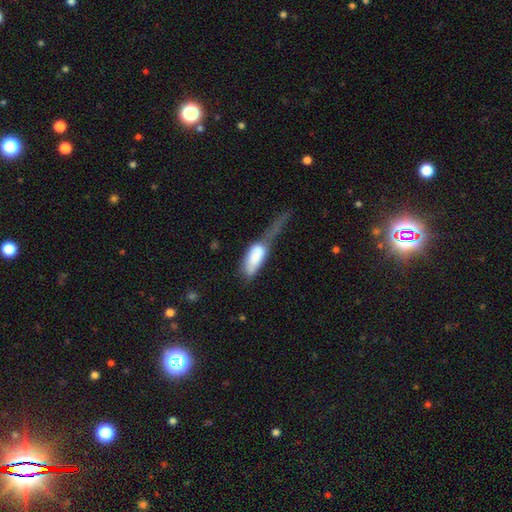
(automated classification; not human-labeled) This is likely a smooth galaxy (73%). How rounded: likely in between (76%). Merging: possibly major disturbance (52%).